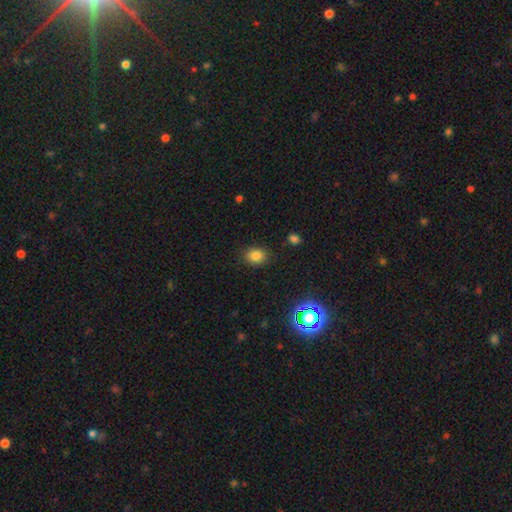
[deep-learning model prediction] Morphology: type=smooth (82%); roundness=in between (55%); merging=none (85%).